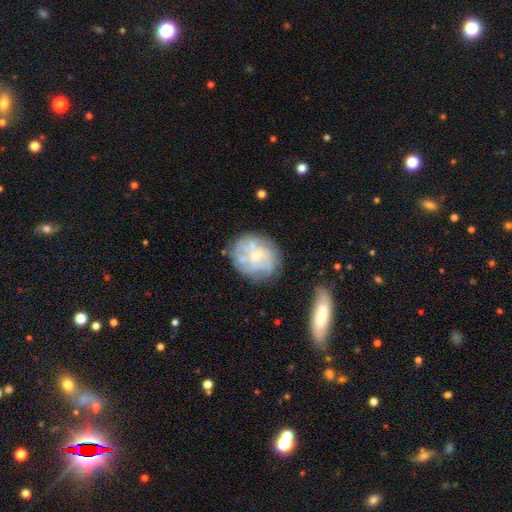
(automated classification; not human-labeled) Morphology: type=featured or disk (63%); edge-on=no (97%); bar=no (80%); spiral arms=yes (51%); bulge=small (63%); merging=none (60%).